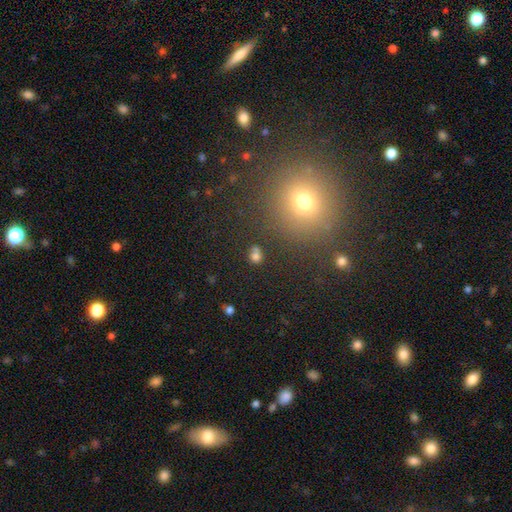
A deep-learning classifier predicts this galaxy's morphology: Smooth or featured? Predicted: smooth (p=0.74). How rounded? Predicted: round (p=0.67). Merging? Predicted: none (p=0.60).